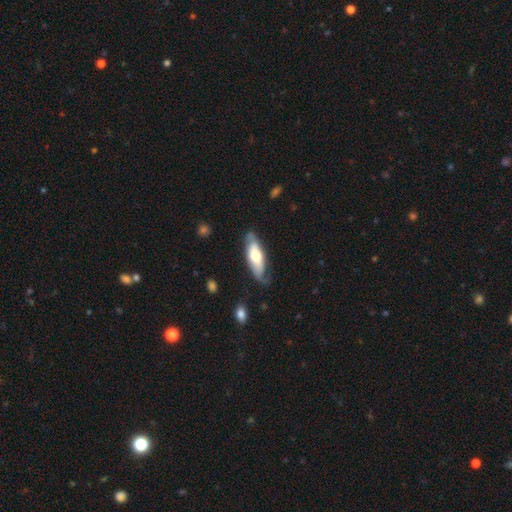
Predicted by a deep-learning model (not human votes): A featured or disk galaxy (49%). Merging: none (65%).